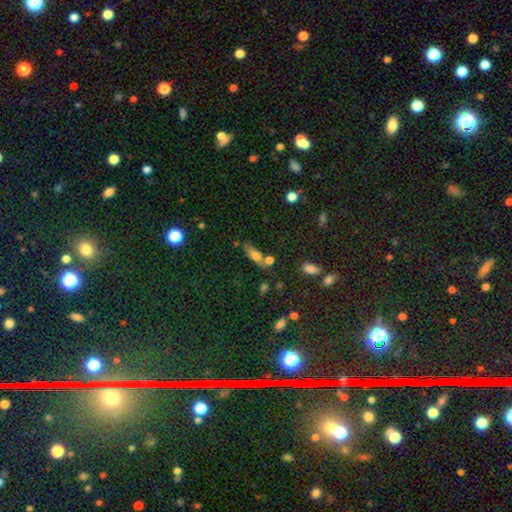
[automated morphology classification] The model was most divided on "how rounded": in between: 61%, cigar-shaped: 34%, round: 5%. Remaining: smooth or featured — smooth (66%); merging — none (49%).